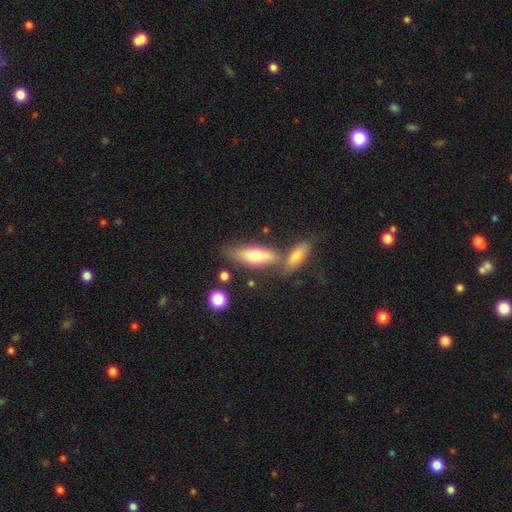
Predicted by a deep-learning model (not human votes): This appears to be a smooth galaxy with no disk features (66%) that is in between round and cigar-shaped (62%). Merging: none (56%).